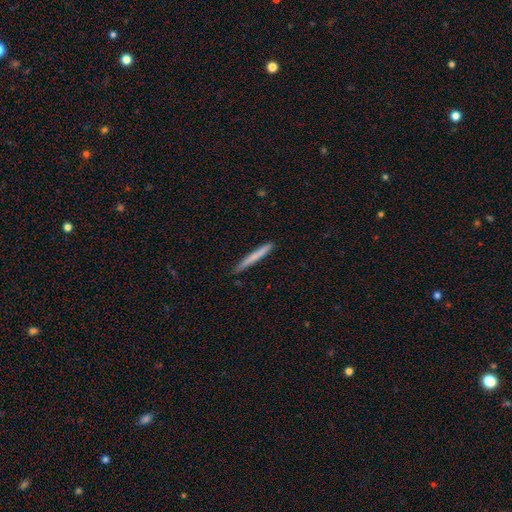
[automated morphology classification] This is likely a smooth galaxy (68%). How rounded: clearly cigar-shaped (97%). Merging: clearly none (89%).